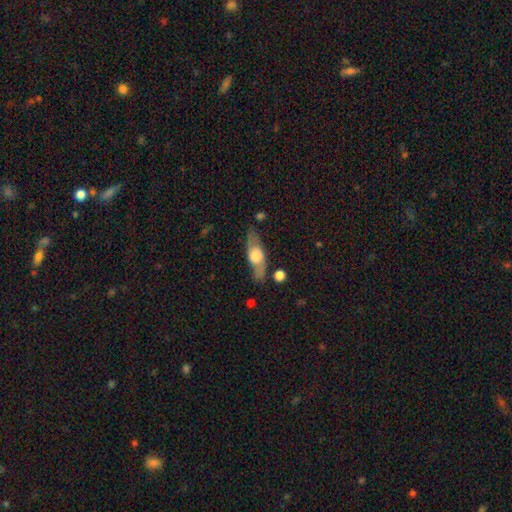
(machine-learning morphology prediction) Smooth or featured? featured or disk (49%)
Merging? none (75%)